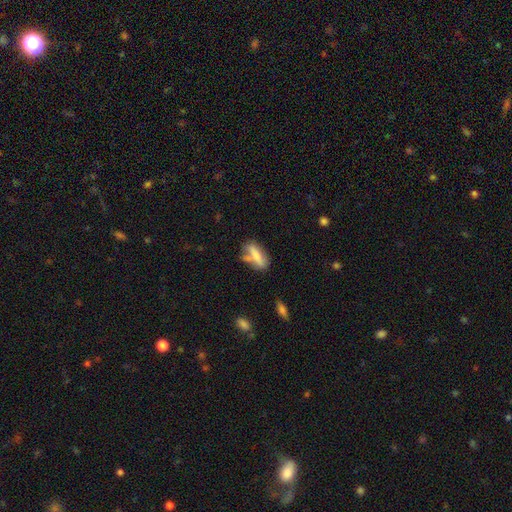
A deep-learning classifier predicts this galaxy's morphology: smooth 64%, featured or disk 28%, star or artifact 8%. Down the decision tree: how rounded — in between (56%); merging — none (56%).